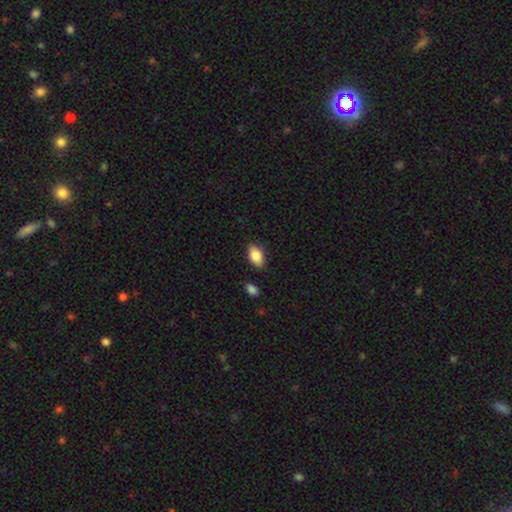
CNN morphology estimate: A smooth galaxy with no disk features (84%) that is in between round and cigar-shaped (90%). Merging: none (85%).